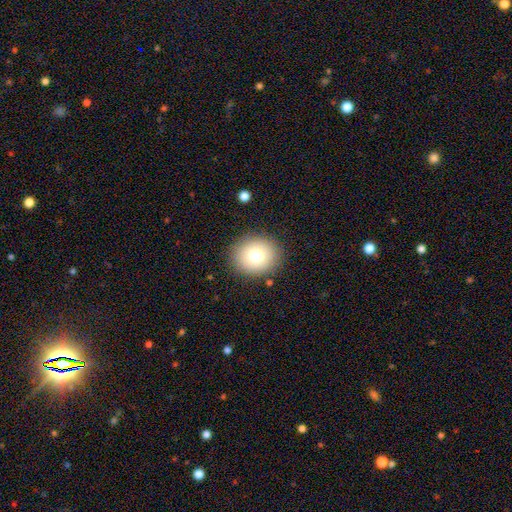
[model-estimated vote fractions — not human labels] The model was most divided on "how rounded": round: 74%, in between: 25%, cigar-shaped: 1%. More confident: merging — none (87%); smooth or featured — smooth (74%).